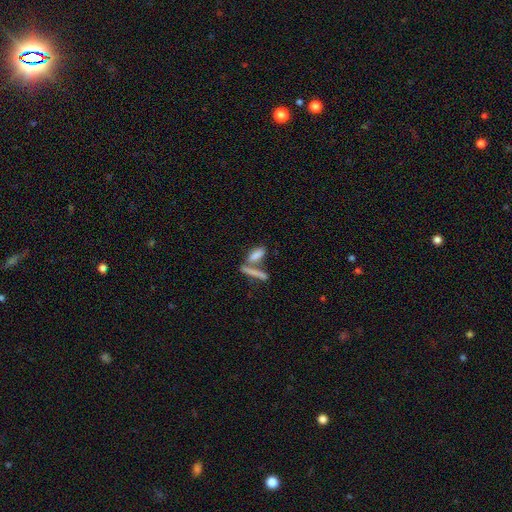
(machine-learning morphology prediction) Q: Smooth or featured?
A: smooth (75%); runner-up: featured or disk (17%)
Q: How rounded?
A: cigar-shaped (50%); runner-up: in between (46%)
Q: Merging?
A: merger (45%); runner-up: none (42%)